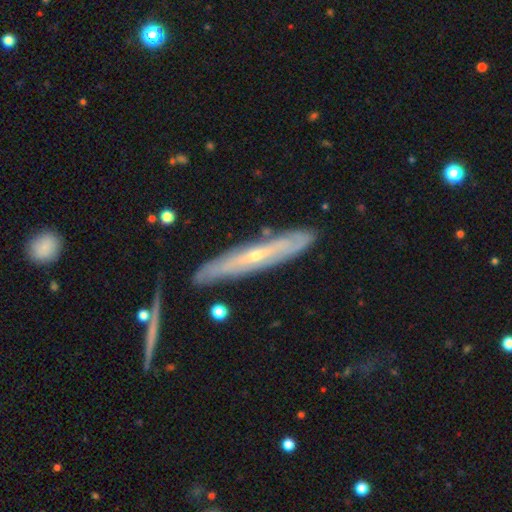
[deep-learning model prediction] Smooth or featured? featured or disk (71%)
Edge-on disk? yes (65%)
Merging? none (79%)